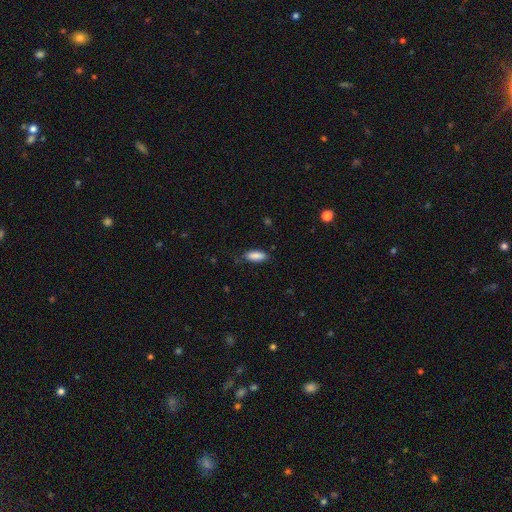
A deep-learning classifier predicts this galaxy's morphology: Smooth or featured: smooth — 88% (star or artifact — 7%)
How rounded: in between — 71% (cigar-shaped — 27%)
Merging: none — 77% (minor disturbance — 18%)